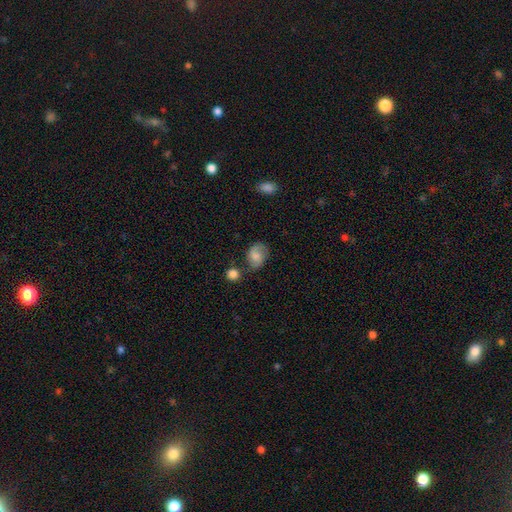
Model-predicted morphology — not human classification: smooth-or-featured: smooth: 52% | featured or disk: 39% | star or artifact: 9%
  how-rounded: in between: 62% | round: 37% | cigar-shaped: 1%
  merging: none: 57% | minor disturbance: 24% | merger: 10% | major disturbance: 9%